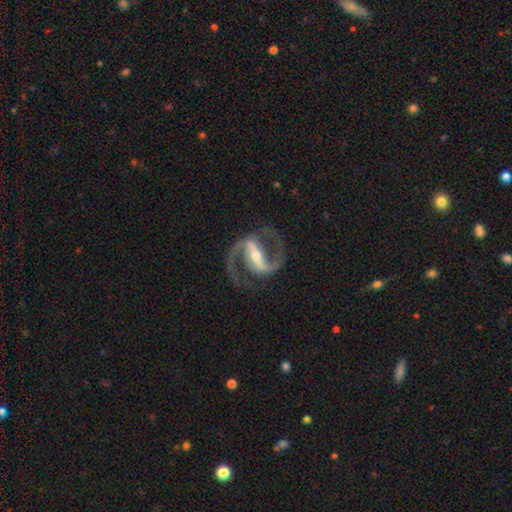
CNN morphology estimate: The model was most divided on "bulge size": small: 50%, moderate: 45%, large: 3%, none: 2%, dominant: 1%. More confident: spiral arms — yes (98%); edge-on disk — no (97%); spiral arm count — 2 (94%); smooth or featured — featured or disk (94%); merging — none (82%); bar — strong (74%); spiral winding — medium (66%).